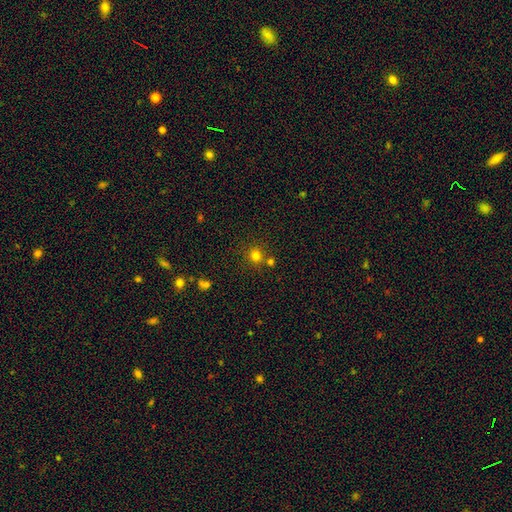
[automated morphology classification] Smooth or featured? smooth (77%)
How rounded? round (90%)
Merging? none (74%)